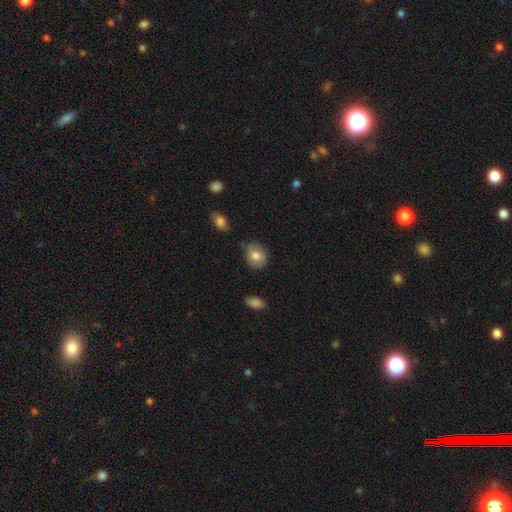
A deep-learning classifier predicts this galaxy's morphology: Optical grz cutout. It shows a smooth galaxy with no disk features (79%) that is round (58%). Merging: none (71%).